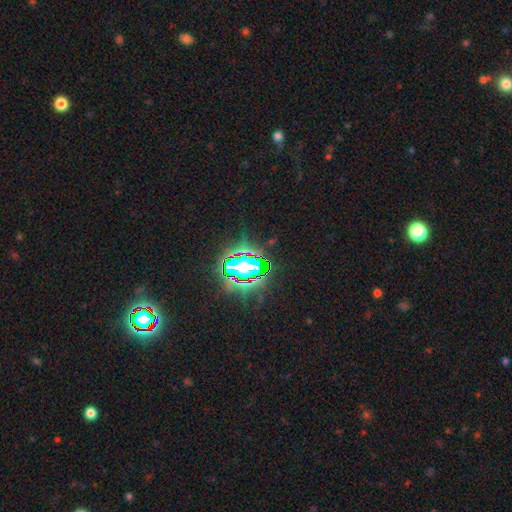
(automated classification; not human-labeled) The model was most divided on "smooth or featured": star or artifact: 78%, smooth: 12%, featured or disk: 10%.